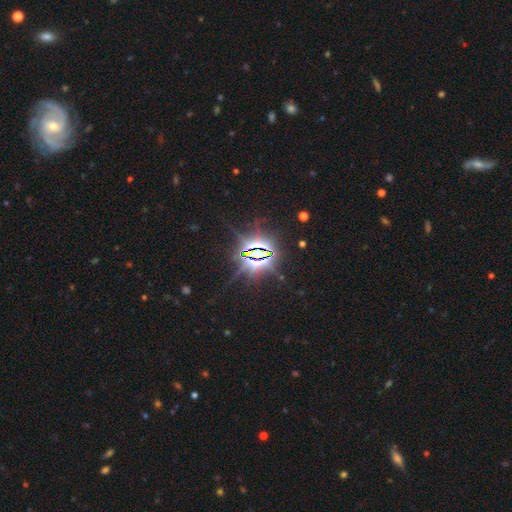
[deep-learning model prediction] The model was most divided on "smooth or featured": star or artifact: 84%, featured or disk: 9%, smooth: 7%.